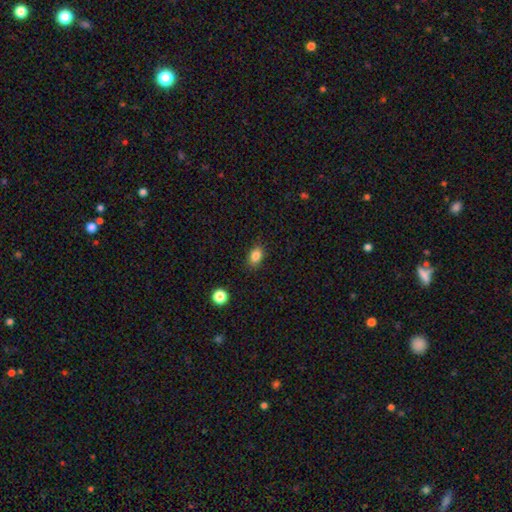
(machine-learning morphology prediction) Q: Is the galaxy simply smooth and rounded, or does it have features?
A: smooth — 84%.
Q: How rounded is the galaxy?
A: in between — 80%.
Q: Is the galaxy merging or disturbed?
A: none — 85%.